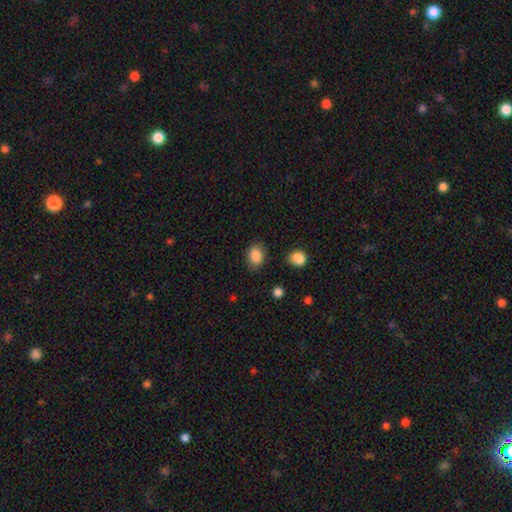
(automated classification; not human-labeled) Smooth or featured? Predicted: smooth (p=0.86). How rounded? Predicted: in between (p=0.63). Merging? Predicted: none (p=0.81).